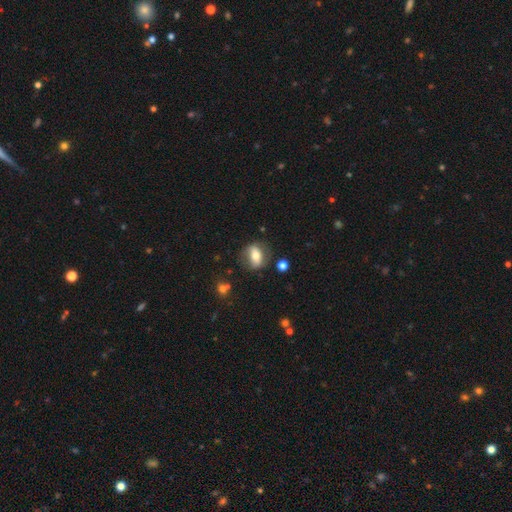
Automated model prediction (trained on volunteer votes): Smooth or featured?
  - smooth: 51% *
  - featured or disk: 41%
  - star or artifact: 8%
How rounded?
  - in between: 64% *
  - round: 29%
  - cigar-shaped: 7%
Merging?
  - none: 72% *
  - minor disturbance: 17%
  - major disturbance: 8%
  - merger: 3%